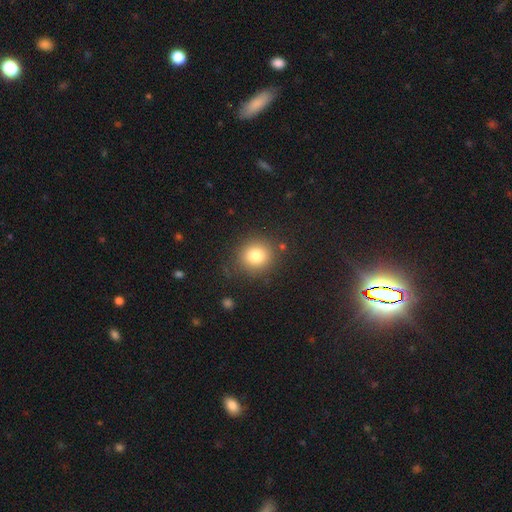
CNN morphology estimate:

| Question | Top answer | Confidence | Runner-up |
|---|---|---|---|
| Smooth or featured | smooth | 80% | star or artifact (12%) |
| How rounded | round | 85% | in between (14%) |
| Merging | none | 85% | minor disturbance (9%) |